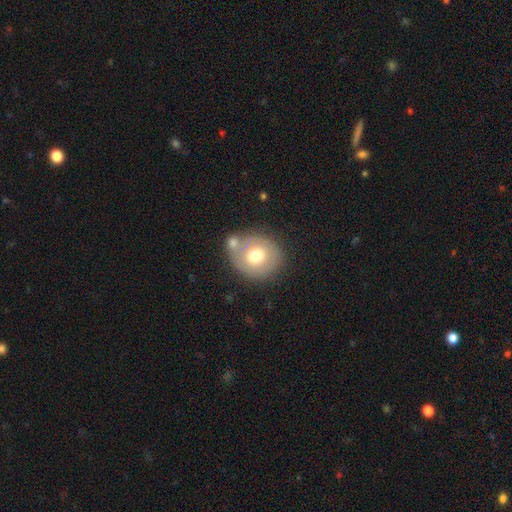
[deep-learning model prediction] Smooth or featured? Predicted: smooth (p=0.60). How rounded? Predicted: round (p=0.82). Merging? Predicted: none (p=0.54).